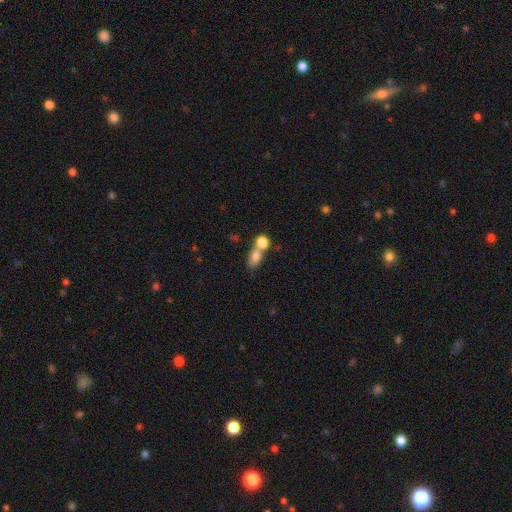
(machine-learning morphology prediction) A smooth galaxy with no disk features (77%) that is in between round and cigar-shaped (66%). Merging: merger (54%).